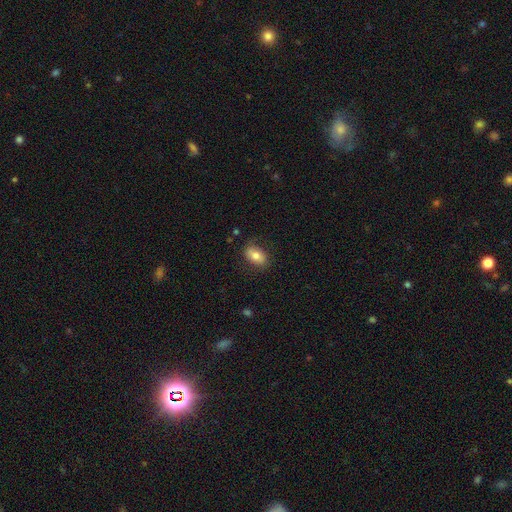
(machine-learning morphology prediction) Smooth or featured? smooth (73%)
How rounded? in between (87%)
Merging? none (77%)